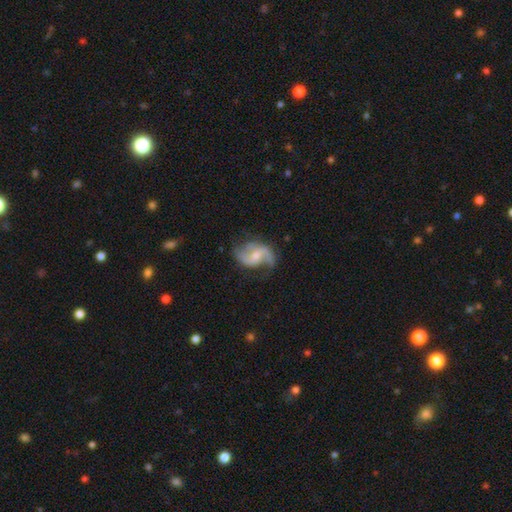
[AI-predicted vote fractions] Smooth or featured? featured or disk (84%)
Edge-on disk? no (97%)
Bar? weak (45%)
Spiral arms? yes (95%)
Spiral winding? loose (59%)
Spiral arm count? 2 (89%)
Bulge size? moderate (48%)
Merging? none (68%)